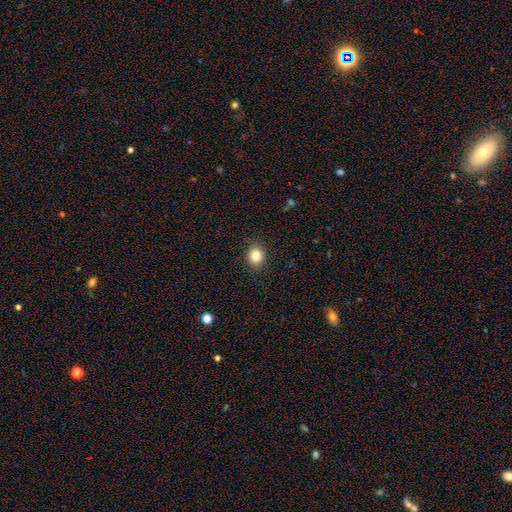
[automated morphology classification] smooth 83%, star or artifact 11%, featured or disk 6%. Down the decision tree: how rounded — round (75%); merging — none (90%).